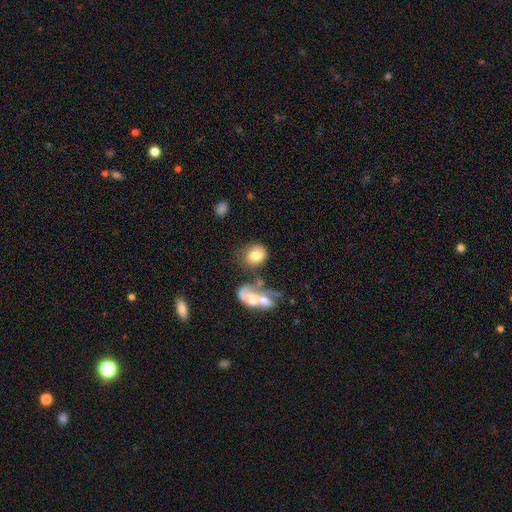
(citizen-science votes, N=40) This appears to be a smooth galaxy with no disk features (88%) that is round (63%). Merging: none (64%).